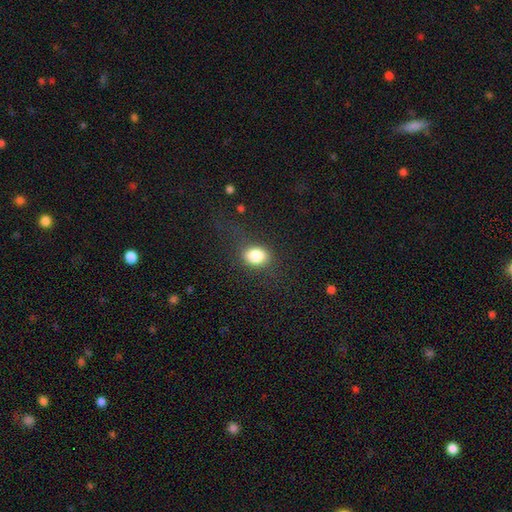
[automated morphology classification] smooth-or-featured: smooth: 83% | star or artifact: 9% | featured or disk: 7%
  how-rounded: in between: 58% | round: 41% | cigar-shaped: 1%
  merging: none: 76% | minor disturbance: 14% | major disturbance: 9% | merger: 1%